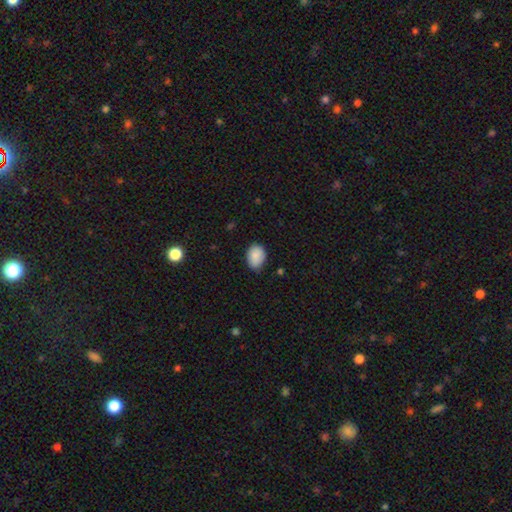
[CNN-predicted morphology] Smooth or featured: smooth — 88% (star or artifact — 7%)
How rounded: in between — 73% (round — 26%)
Merging: none — 74% (minor disturbance — 21%)